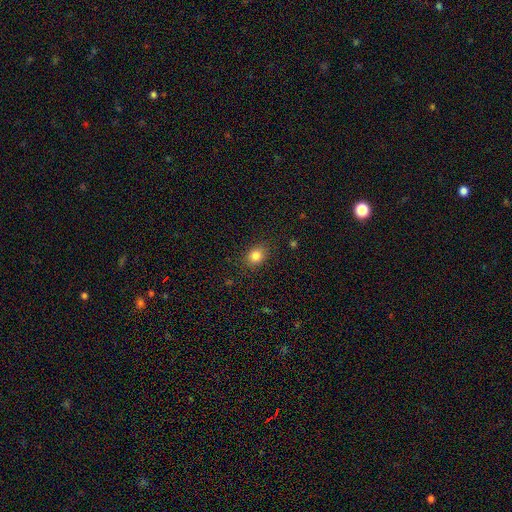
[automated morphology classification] Q: Smooth or featured?
A: smooth (83%); runner-up: star or artifact (11%)
Q: How rounded?
A: in between (50%); runner-up: round (49%)
Q: Merging?
A: none (86%); runner-up: minor disturbance (10%)